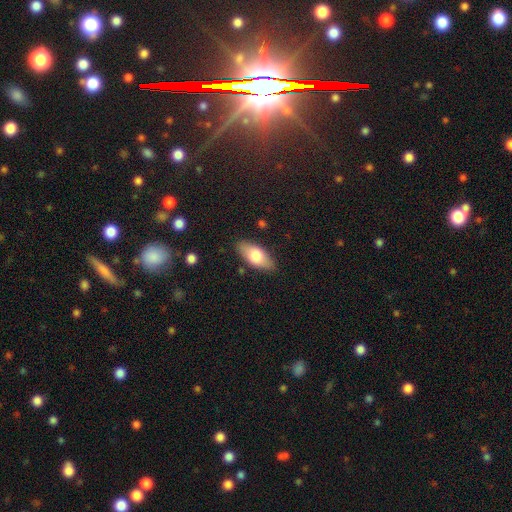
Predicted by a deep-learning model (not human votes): Smooth or featured: smooth — 72% (featured or disk — 22%)
How rounded: in between — 86% (cigar-shaped — 11%)
Merging: none — 85% (minor disturbance — 11%)